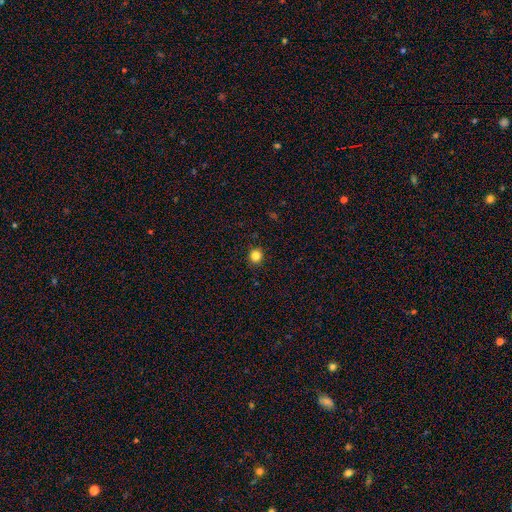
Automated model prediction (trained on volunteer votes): Overall: smooth (83%). How rounded: round (86%). Merging: none (92%).